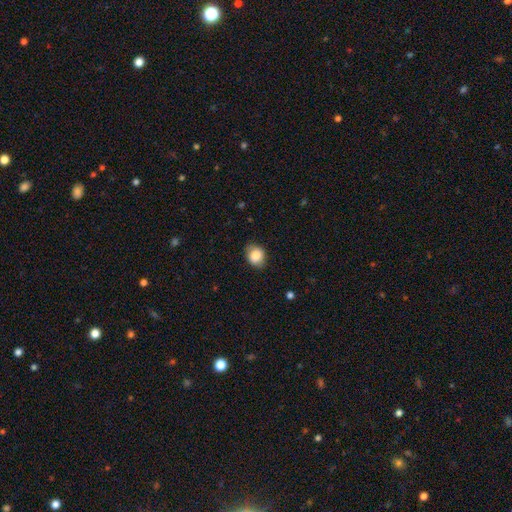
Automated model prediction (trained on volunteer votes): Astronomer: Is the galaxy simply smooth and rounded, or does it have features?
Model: smooth — 84%.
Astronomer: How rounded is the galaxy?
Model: round — 54% (runner-up: in between, 45%).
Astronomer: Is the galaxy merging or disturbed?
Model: none — 77%.